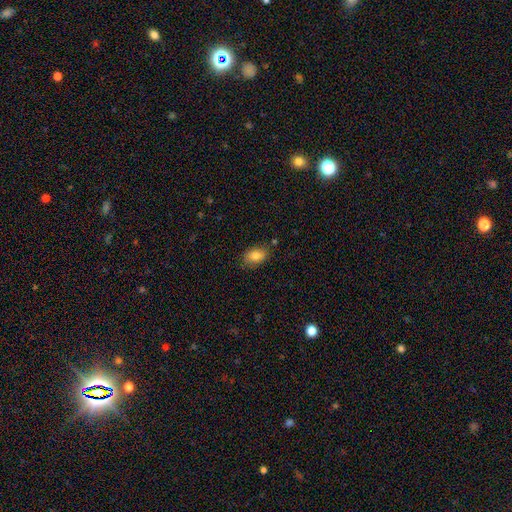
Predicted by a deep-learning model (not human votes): Smooth or featured? Predicted: smooth (p=0.81). How rounded? Predicted: in between (p=0.85). Merging? Predicted: none (p=0.82).